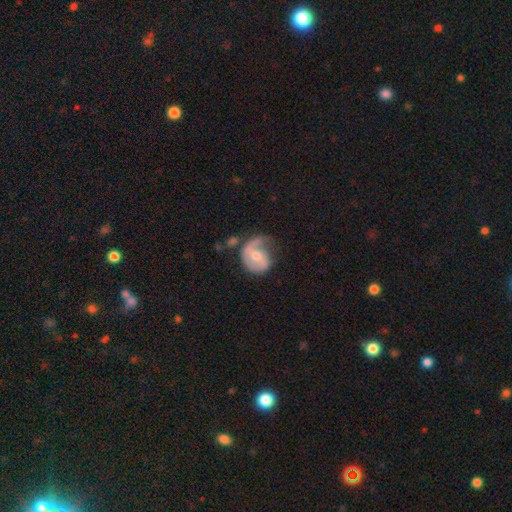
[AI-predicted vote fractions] Smooth or featured: featured or disk — 71% (smooth — 23%)
Edge-on disk: no — 97% (yes — 3%)
Bar: no — 53% (weak — 37%)
Spiral arms: yes — 84% (no — 16%)
Spiral winding: medium — 38% (tight — 32%)
Spiral arm count: 1 — 55% (2 — 33%)
Bulge size: moderate — 60% (small — 35%)
Merging: none — 37% (major disturbance — 30%)